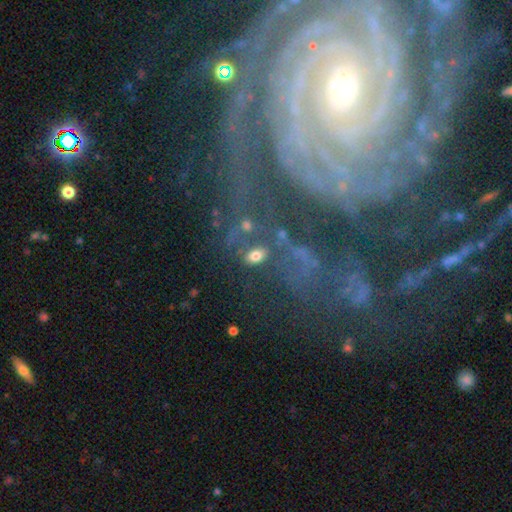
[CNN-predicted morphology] The model was most divided on "smooth or featured": smooth: 61%, star or artifact: 21%, featured or disk: 18%. More confident: how rounded — in between (82%); merging — none (60%).